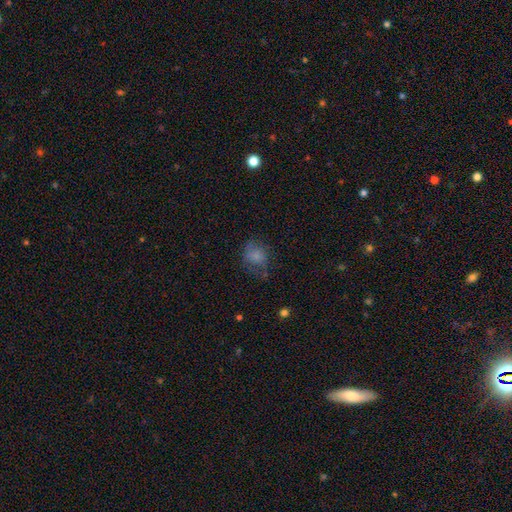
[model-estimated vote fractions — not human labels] Q: Smooth or featured?
A: smooth (73%); runner-up: featured or disk (15%)
Q: How rounded?
A: round (59%); runner-up: in between (40%)
Q: Merging?
A: none (53%); runner-up: minor disturbance (27%)